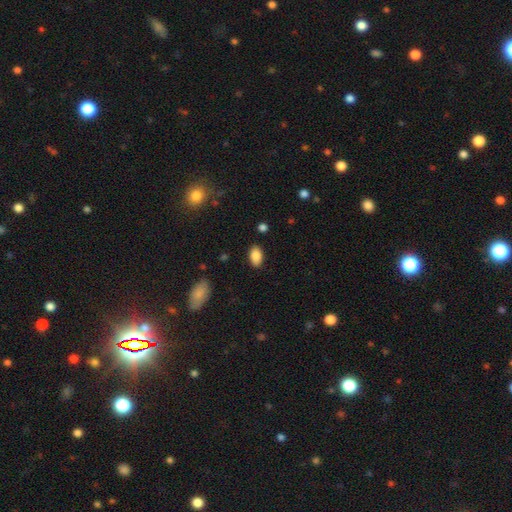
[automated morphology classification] Overall: smooth (87%). How rounded: in between (92%). Merging: none (86%).